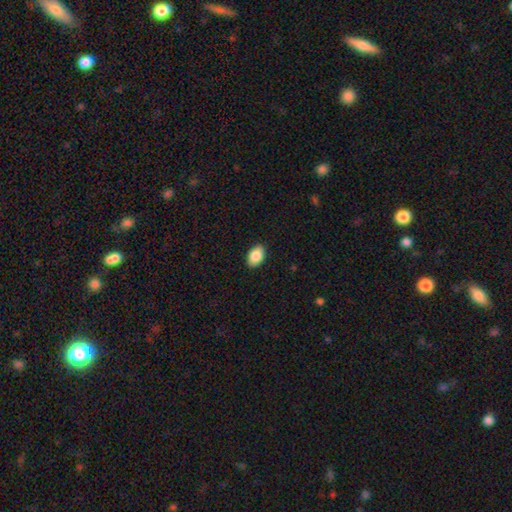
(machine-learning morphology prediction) The model was most divided on "how rounded": in between: 89%, round: 10%, cigar-shaped: 1%. More confident: merging — none (89%); smooth or featured — smooth (88%).